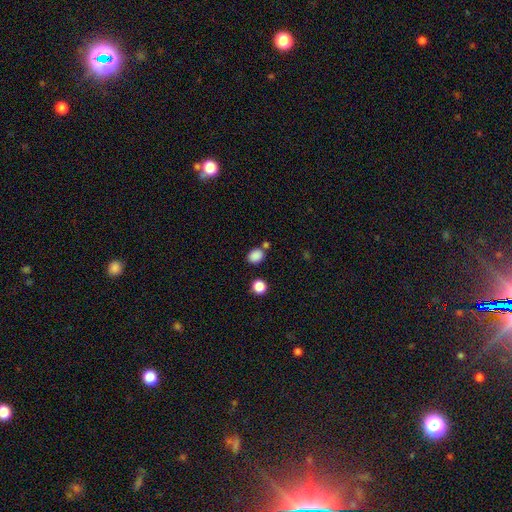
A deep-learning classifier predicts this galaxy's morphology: smooth 85%, star or artifact 11%, featured or disk 4%. Down the decision tree: how rounded — round (50%); merging — none (71%).